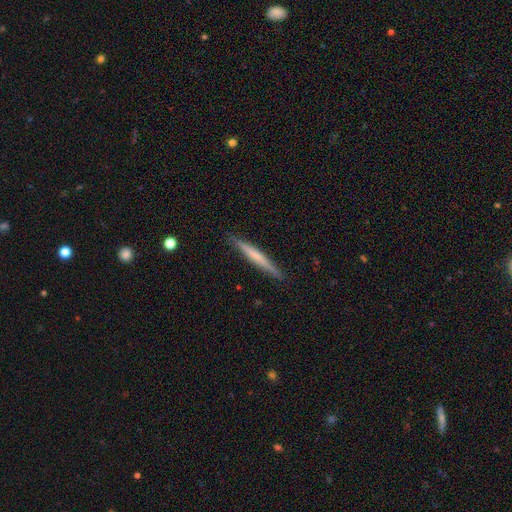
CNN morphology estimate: The model was most divided on "smooth or featured": smooth: 49%, featured or disk: 45%, star or artifact: 5%. More confident: merging — none (90%).